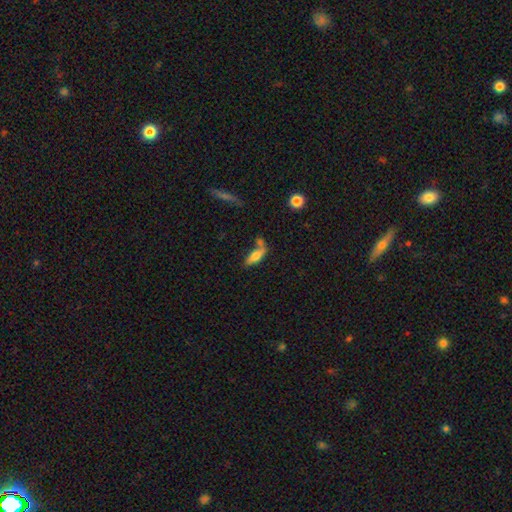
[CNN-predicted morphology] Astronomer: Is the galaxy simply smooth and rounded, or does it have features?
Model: smooth — 64%.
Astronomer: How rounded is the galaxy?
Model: in between — 58% (runner-up: cigar-shaped, 38%).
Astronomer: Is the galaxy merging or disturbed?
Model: none — 44% (runner-up: merger, 27%).